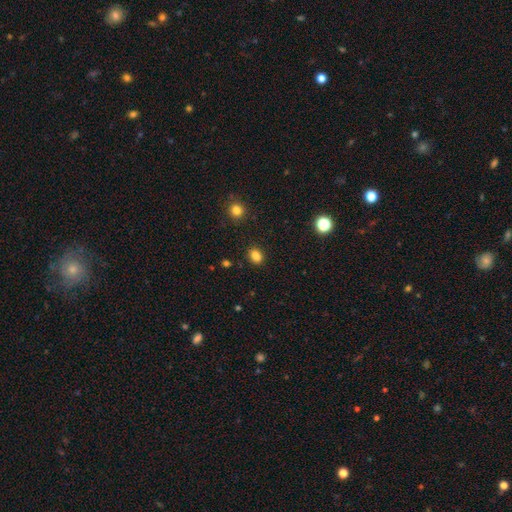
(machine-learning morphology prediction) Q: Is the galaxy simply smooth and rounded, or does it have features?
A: smooth — 84%.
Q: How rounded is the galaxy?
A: in between — 61%.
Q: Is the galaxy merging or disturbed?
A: none — 86%.